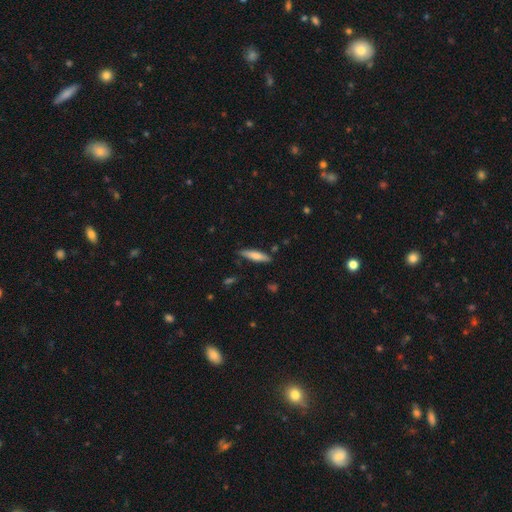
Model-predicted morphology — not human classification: smooth 68%, featured or disk 26%, star or artifact 6%. Down the decision tree: how rounded — cigar-shaped (78%); merging — none (84%).